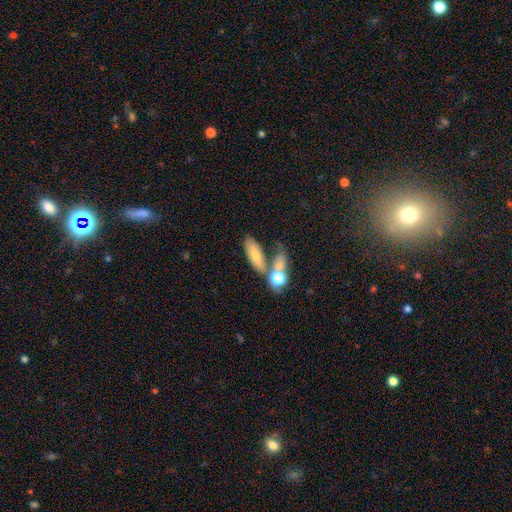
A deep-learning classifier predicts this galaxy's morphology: Smooth or featured?
  - smooth: 66% *
  - featured or disk: 25%
  - star or artifact: 9%
How rounded?
  - in between: 68% *
  - cigar-shaped: 24%
  - round: 8%
Merging?
  - merger: 45% *
  - none: 33%
  - minor disturbance: 12%
  - major disturbance: 10%